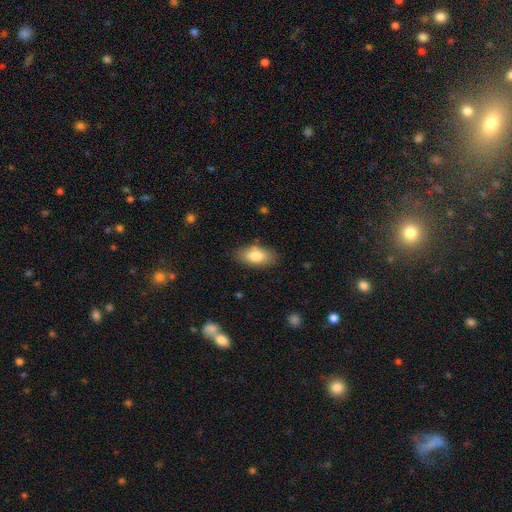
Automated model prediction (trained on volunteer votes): Morphology: type=smooth (80%); roundness=in between (90%); merging=none (82%).